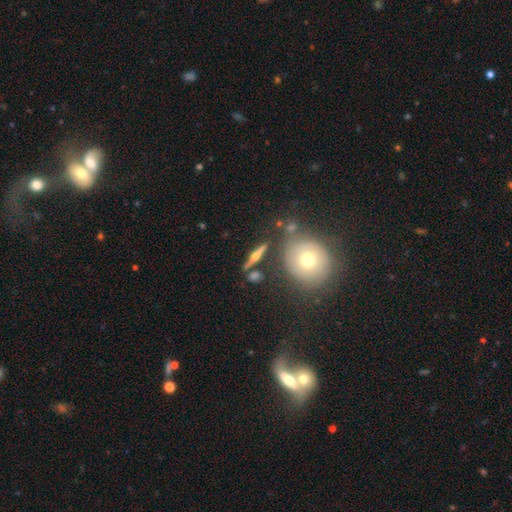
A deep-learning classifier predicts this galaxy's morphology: A featured or disk galaxy (67%) viewed edge-on (93%) with a rounded central bulge (93%).

Vote fractions:
- Smooth or featured? featured or disk: 67% / smooth: 24% / star or artifact: 8%
- Edge-on disk? yes: 93% / no: 7%
- Edge-on bulge? rounded: 93% / none: 3% / boxy: 3%
- Merging? none: 80% / minor disturbance: 9% / merger: 7% / major disturbance: 4%